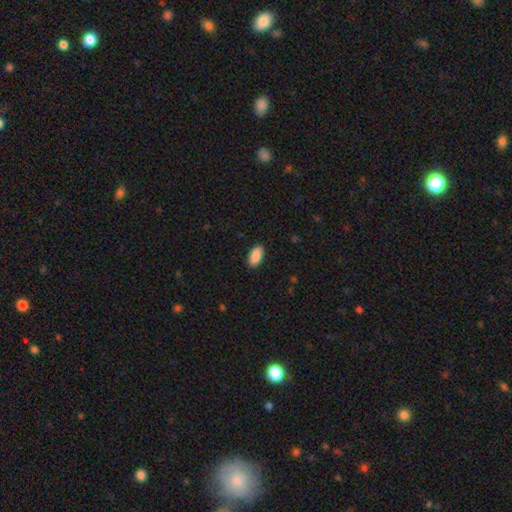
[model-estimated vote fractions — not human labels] Overall: smooth (88%). How rounded: in between (94%). Merging: none (89%).